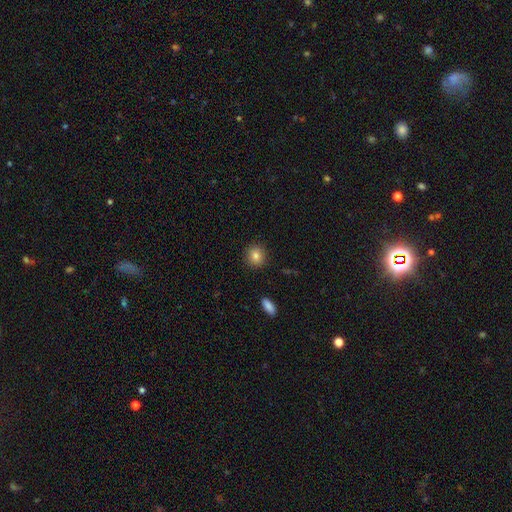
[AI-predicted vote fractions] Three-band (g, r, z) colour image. It shows a smooth galaxy with no disk features (83%) that is round (86%). Merging: none (91%).